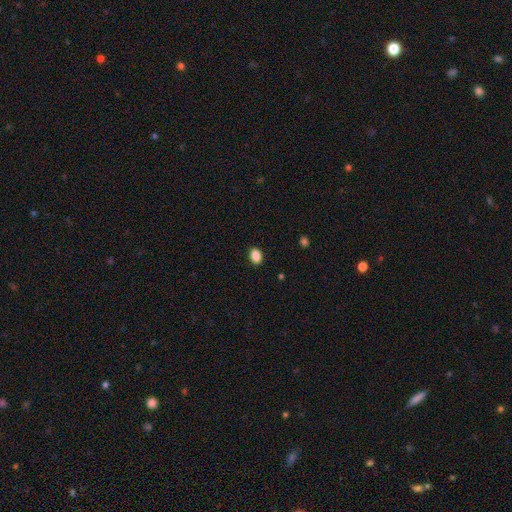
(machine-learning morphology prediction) Overall: smooth (89%). How rounded: in between (78%). Merging: none (90%).